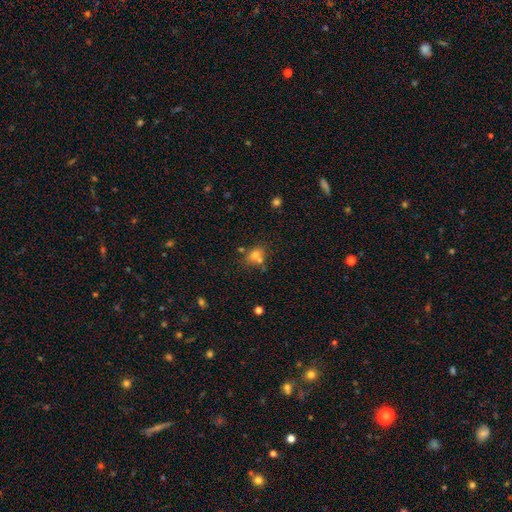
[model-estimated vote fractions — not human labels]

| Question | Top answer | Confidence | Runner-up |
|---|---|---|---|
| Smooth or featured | smooth | 69% | star or artifact (16%) |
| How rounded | in between | 51% | round (47%) |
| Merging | none | 47% | merger (34%) |